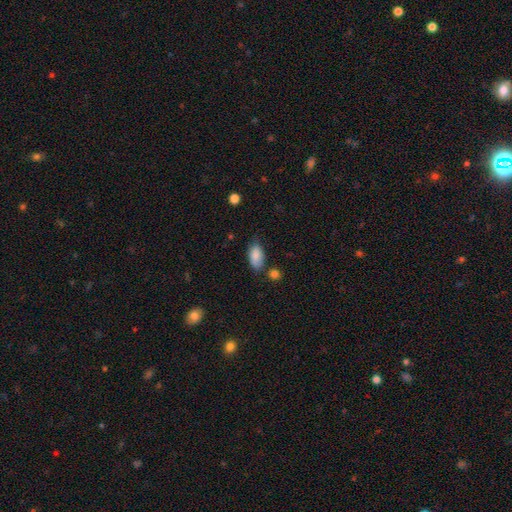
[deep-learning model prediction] Q: Smooth or featured?
A: smooth (85%); runner-up: featured or disk (7%)
Q: How rounded?
A: in between (92%); runner-up: cigar-shaped (4%)
Q: Merging?
A: none (62%); runner-up: minor disturbance (27%)